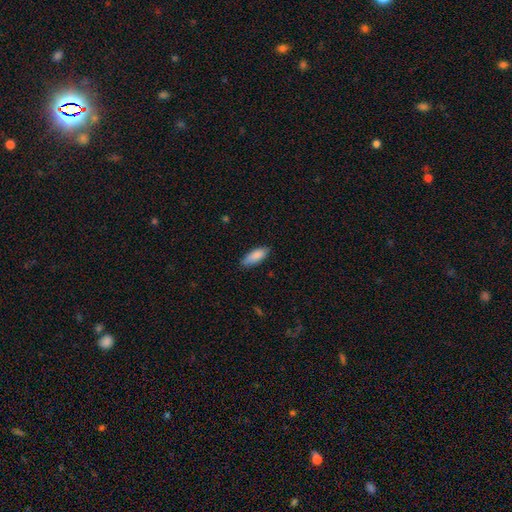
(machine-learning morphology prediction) A smooth galaxy with no disk features (87%) that is in between round and cigar-shaped (72%).

Vote fractions:
- Smooth or featured? smooth: 87% / featured or disk: 7% / star or artifact: 6%
- How rounded? in between: 72% / cigar-shaped: 26% / round: 2%
- Merging? none: 80% / minor disturbance: 17% / major disturbance: 2% / merger: 1%